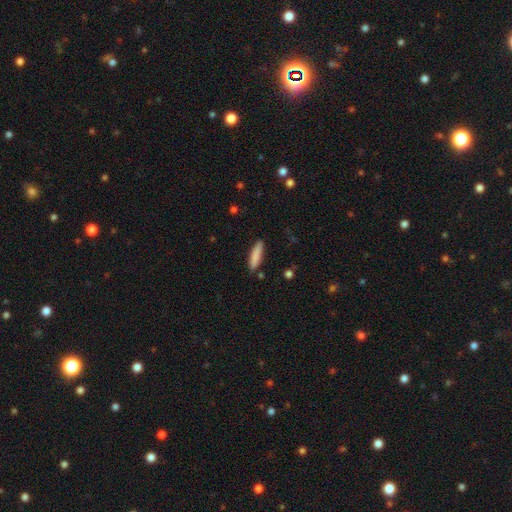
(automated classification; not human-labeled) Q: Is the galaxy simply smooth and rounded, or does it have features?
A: smooth — 85%.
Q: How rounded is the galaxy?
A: cigar-shaped — 79%.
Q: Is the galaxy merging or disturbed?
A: none — 85%.